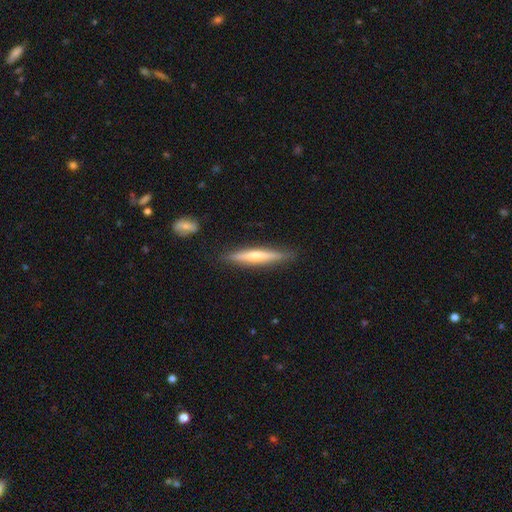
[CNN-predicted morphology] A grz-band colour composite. It shows a featured or disk galaxy (52%) viewed edge-on (95%). Merging: none (87%).